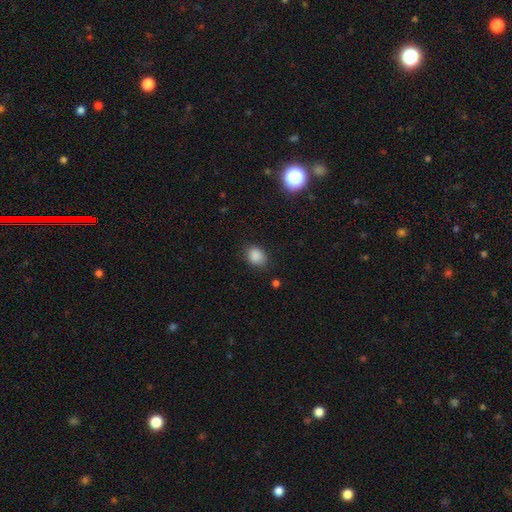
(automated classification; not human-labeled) smooth-or-featured: smooth: 86% | star or artifact: 10% | featured or disk: 4%
  how-rounded: in between: 53% | round: 46% | cigar-shaped: 1%
  merging: none: 78% | minor disturbance: 16% | major disturbance: 4% | merger: 2%